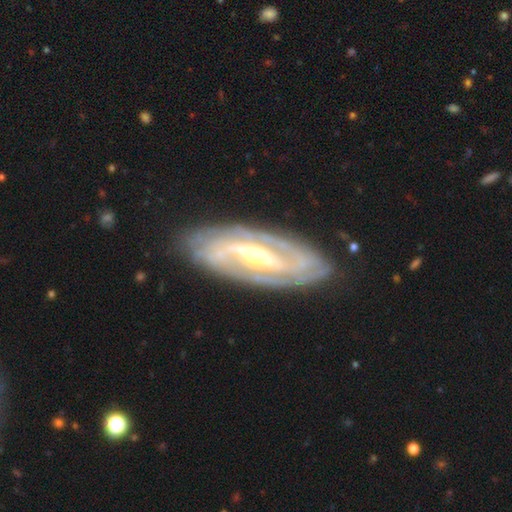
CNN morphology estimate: A featured or disk galaxy (88%) with a strong bar (49%), 2 (66%) tight (53%) spiral arms (94%) and a moderate central bulge (58%). Merging: none (82%).